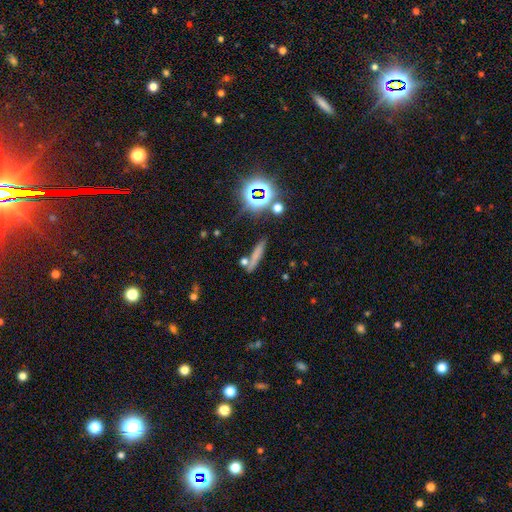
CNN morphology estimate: Smooth or featured? Predicted: smooth (p=0.62). How rounded? Predicted: cigar-shaped (p=0.83). Merging? Predicted: none (p=0.70).